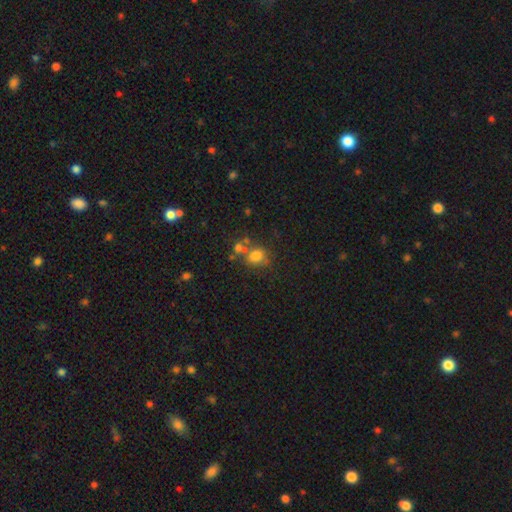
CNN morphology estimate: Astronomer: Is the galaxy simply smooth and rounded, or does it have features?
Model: smooth — 72%.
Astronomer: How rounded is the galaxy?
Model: round — 71%.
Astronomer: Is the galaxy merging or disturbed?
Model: none — 53%.